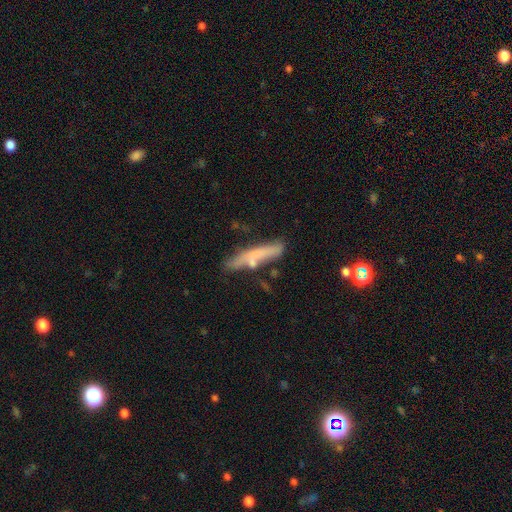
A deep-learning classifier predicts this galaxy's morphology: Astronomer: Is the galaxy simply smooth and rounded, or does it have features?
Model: smooth — 56% (runner-up: featured or disk, 36%).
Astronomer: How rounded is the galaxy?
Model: cigar-shaped — 90%.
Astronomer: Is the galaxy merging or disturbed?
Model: none — 66%.